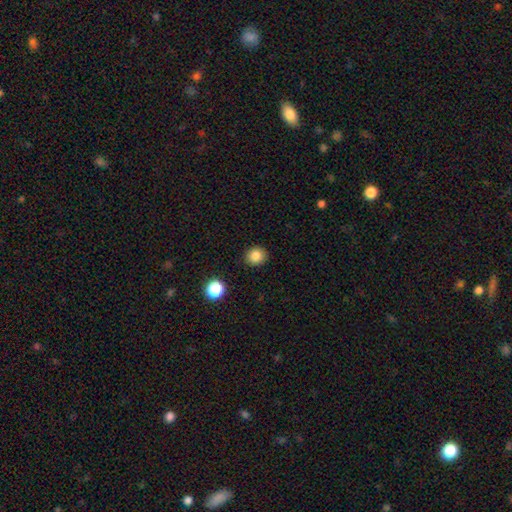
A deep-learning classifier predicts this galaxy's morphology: This is clearly a smooth galaxy (84%). How rounded: clearly round (83%). Merging: clearly none (90%).